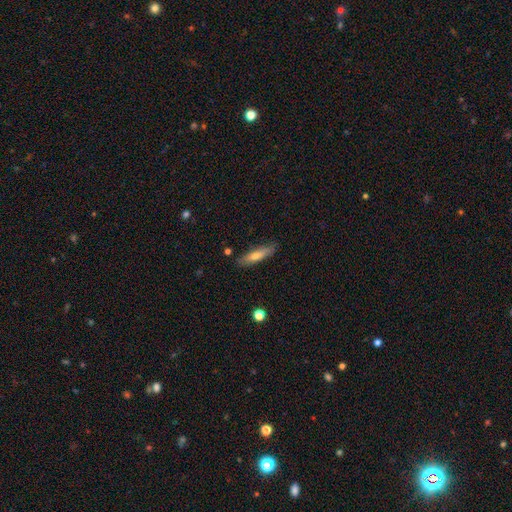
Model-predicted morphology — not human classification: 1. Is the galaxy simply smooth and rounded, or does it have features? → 61% smooth, 33% featured or disk, 7% star or artifact.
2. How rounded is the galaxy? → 77% cigar-shaped, 22% in between, 2% round.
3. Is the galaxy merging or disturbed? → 83% none, 13% minor disturbance, 2% major disturbance, 2% merger.